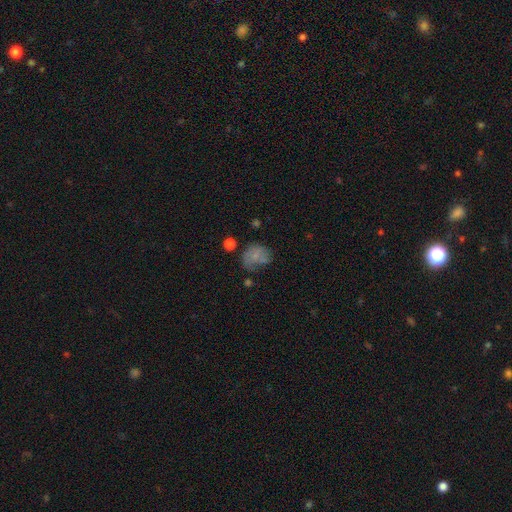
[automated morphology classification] Smooth or featured: smooth — 66% (featured or disk — 22%)
How rounded: round — 57% (in between — 42%)
Merging: none — 42% (minor disturbance — 29%)